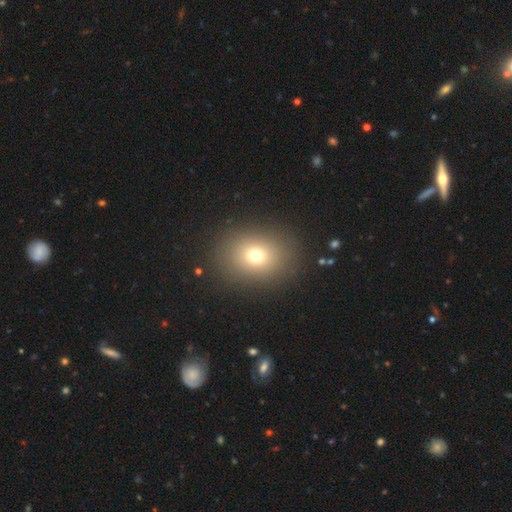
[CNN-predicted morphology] smooth 72%, star or artifact 16%, featured or disk 11%. Down the decision tree: how rounded — round (54%); merging — none (87%).